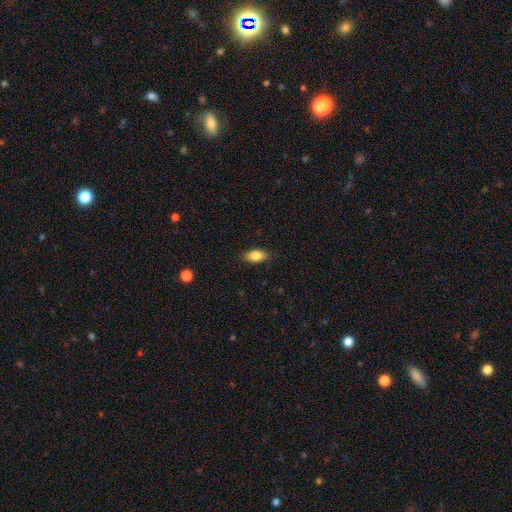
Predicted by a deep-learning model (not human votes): Overall: smooth (81%). How rounded: in between (86%). Merging: none (84%).